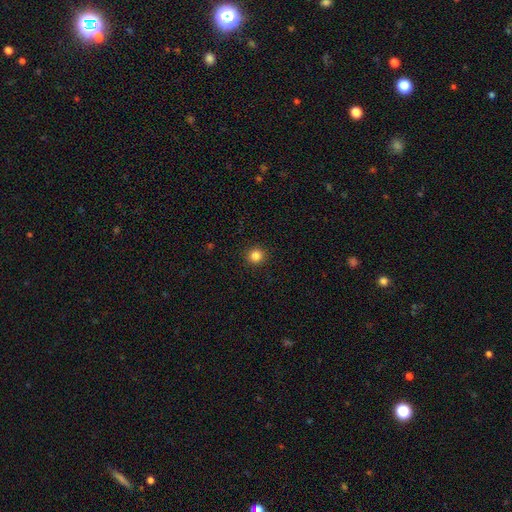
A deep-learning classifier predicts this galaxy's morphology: Smooth or featured: smooth — 84% (star or artifact — 12%)
How rounded: round — 94% (in between — 6%)
Merging: none — 93% (minor disturbance — 5%)